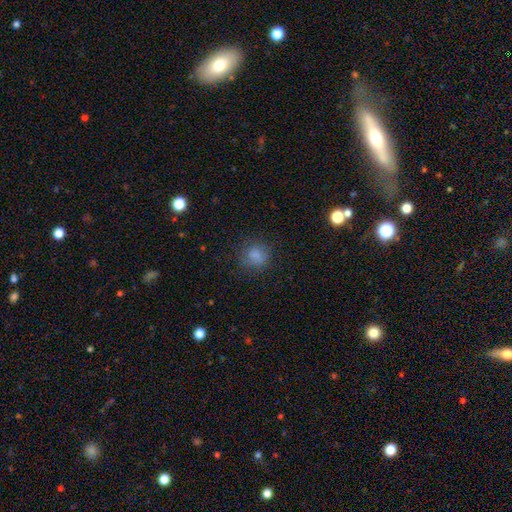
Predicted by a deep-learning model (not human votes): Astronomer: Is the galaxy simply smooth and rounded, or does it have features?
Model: smooth — 80%.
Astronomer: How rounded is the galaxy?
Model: round — 81%.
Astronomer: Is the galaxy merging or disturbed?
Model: none — 77%.